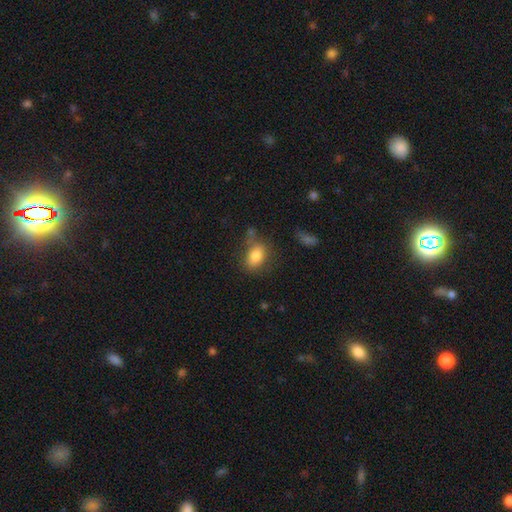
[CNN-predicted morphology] smooth 80%, featured or disk 11%, star or artifact 9%. Down the decision tree: how rounded — in between (77%); merging — none (61%).